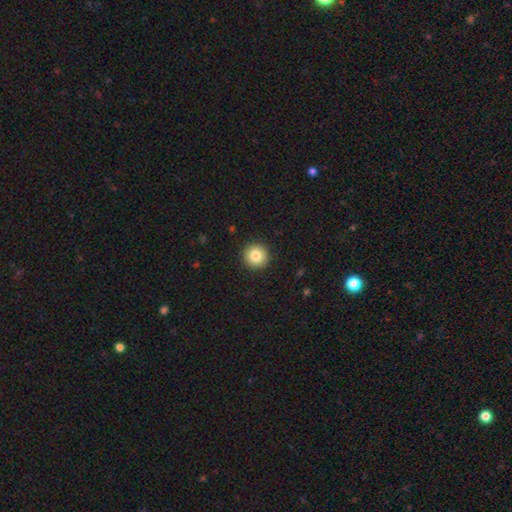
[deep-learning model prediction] Overall: smooth (83%). How rounded: round (96%). Merging: none (93%).